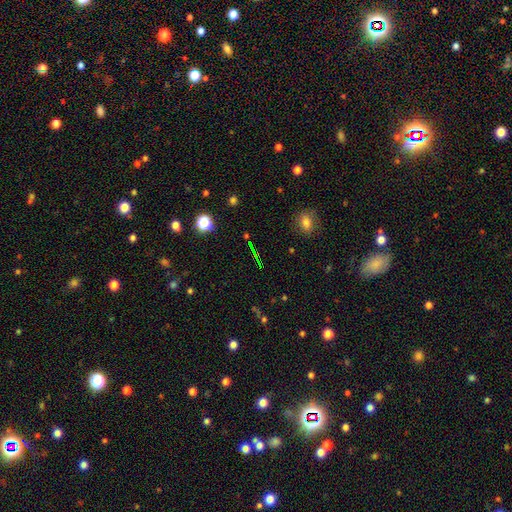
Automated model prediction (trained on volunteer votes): A star or artifact, not a galaxy (65%).